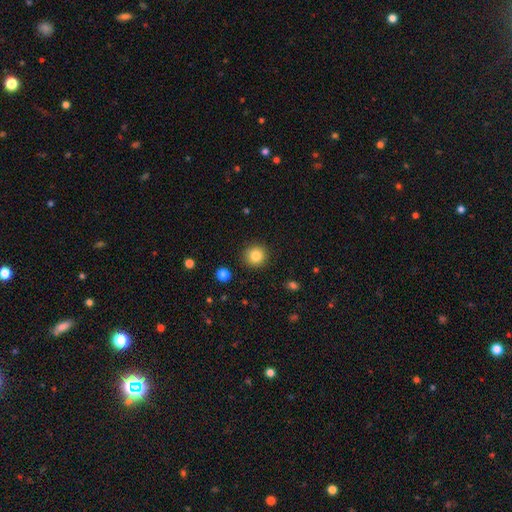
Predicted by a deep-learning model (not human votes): smooth-or-featured: smooth: 84% | star or artifact: 10% | featured or disk: 5%
  how-rounded: round: 94% | in between: 5% | cigar-shaped: 1%
  merging: none: 91% | minor disturbance: 6% | major disturbance: 2% | merger: 1%